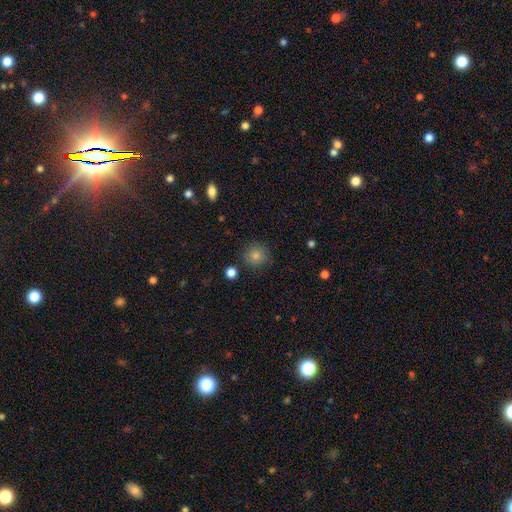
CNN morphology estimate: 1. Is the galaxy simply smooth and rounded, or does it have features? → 83% smooth, 11% star or artifact, 6% featured or disk.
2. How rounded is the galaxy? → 94% round, 5% in between, 1% cigar-shaped.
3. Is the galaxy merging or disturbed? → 87% none, 8% minor disturbance, 2% merger, 2% major disturbance.